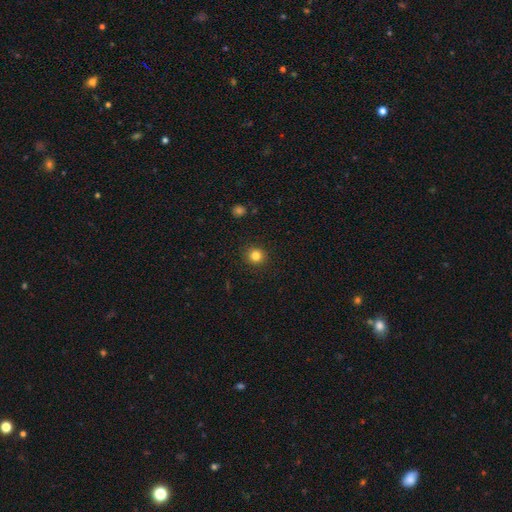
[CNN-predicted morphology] smooth_or_featured: smooth (p=0.83) [alt: star or artifact p=0.12]
how_rounded: round (p=0.91) [alt: in between p=0.08]
merging: none (p=0.91) [alt: minor disturbance p=0.06]